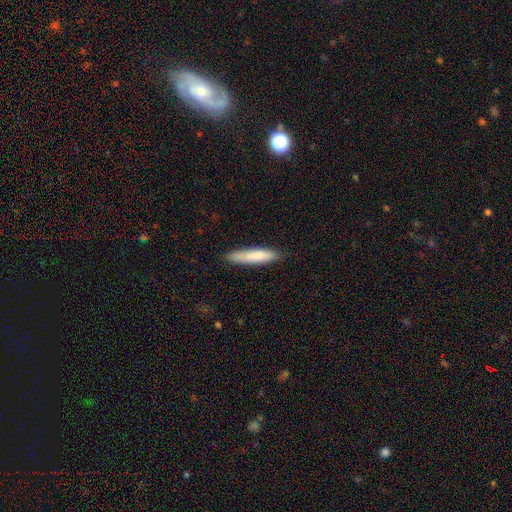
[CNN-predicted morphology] Smooth or featured? smooth (81%)
How rounded? cigar-shaped (85%)
Merging? none (84%)